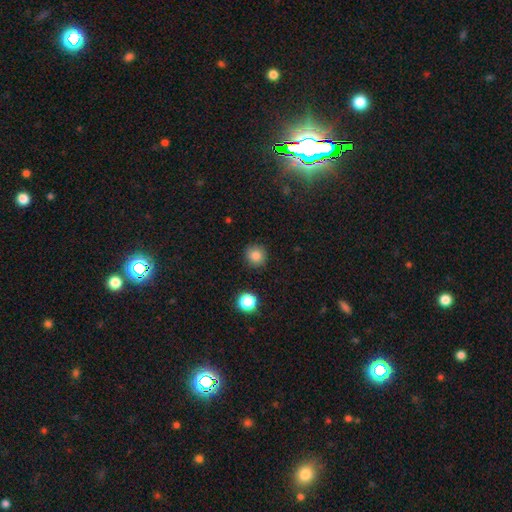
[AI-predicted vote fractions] Morphology: type=smooth (84%); roundness=round (93%); merging=none (89%).